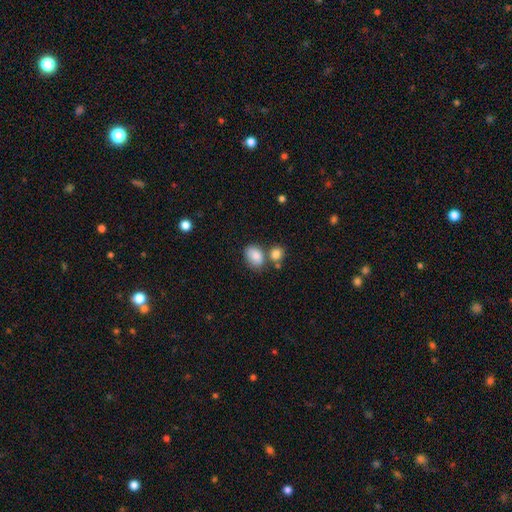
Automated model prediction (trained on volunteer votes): smooth 84%, star or artifact 8%, featured or disk 8%. Down the decision tree: how rounded — in between (76%); merging — none (56%).